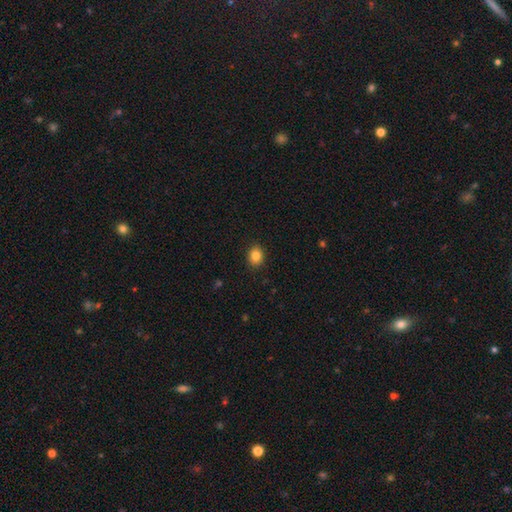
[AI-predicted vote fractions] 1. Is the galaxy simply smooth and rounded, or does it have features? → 85% smooth, 10% star or artifact, 5% featured or disk.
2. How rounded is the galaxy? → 54% round, 45% in between, 1% cigar-shaped.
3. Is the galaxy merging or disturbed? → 89% none, 8% minor disturbance, 2% major disturbance, 1% merger.